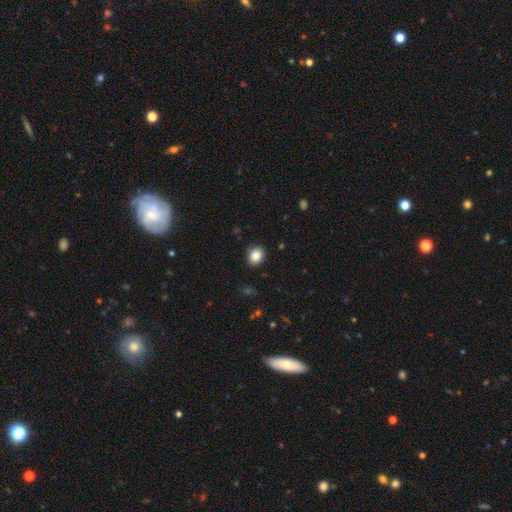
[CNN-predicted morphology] type=smooth (85%); roundness=round (59%); merging=none (90%).